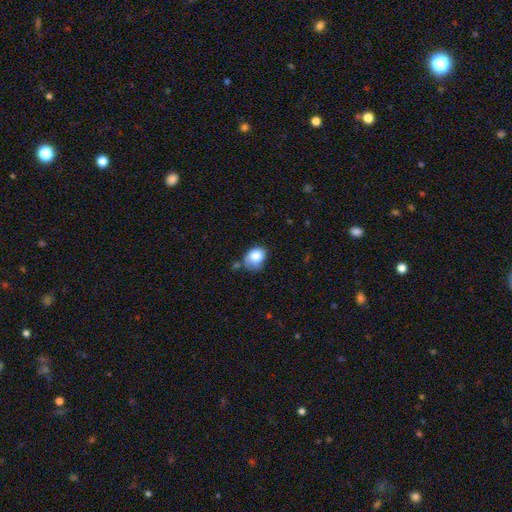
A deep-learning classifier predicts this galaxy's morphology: Smooth or featured: smooth — 78% (featured or disk — 14%)
How rounded: in between — 55% (round — 44%)
Merging: none — 41% (minor disturbance — 36%)